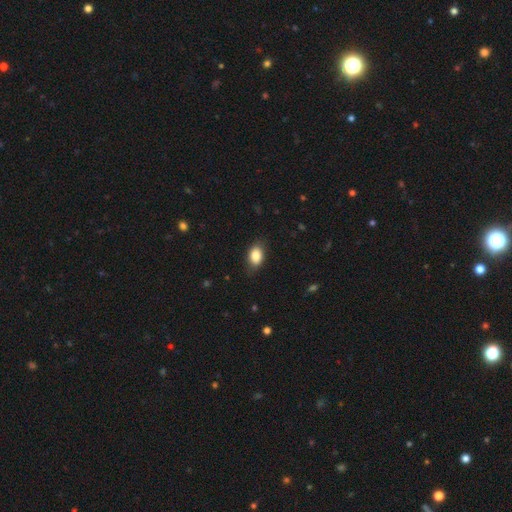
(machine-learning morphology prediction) Smooth or featured?
  - smooth: 85% *
  - star or artifact: 8%
  - featured or disk: 8%
How rounded?
  - in between: 86% *
  - round: 12%
  - cigar-shaped: 2%
Merging?
  - none: 80% *
  - minor disturbance: 16%
  - major disturbance: 4%
  - merger: 1%